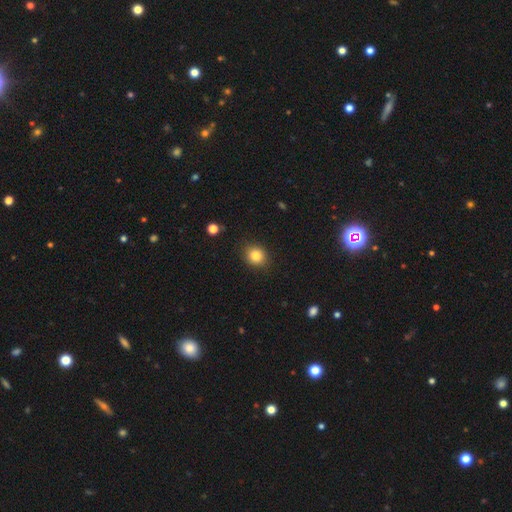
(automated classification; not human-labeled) This appears to be a smooth galaxy with no disk features (83%) that is round (72%). Merging: none (87%).